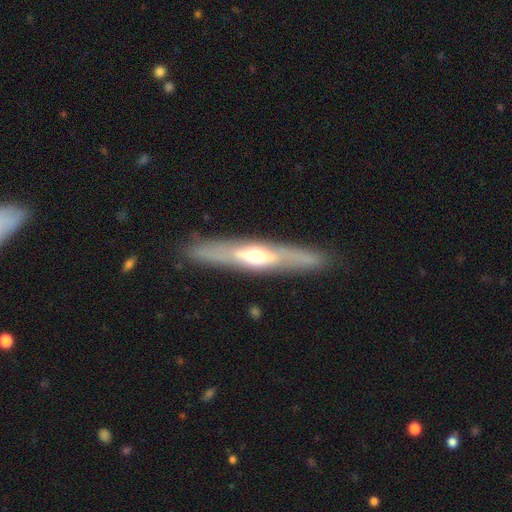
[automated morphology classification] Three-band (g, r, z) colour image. It shows a featured or disk galaxy (62%) viewed edge-on (79%). Merging: none (86%).